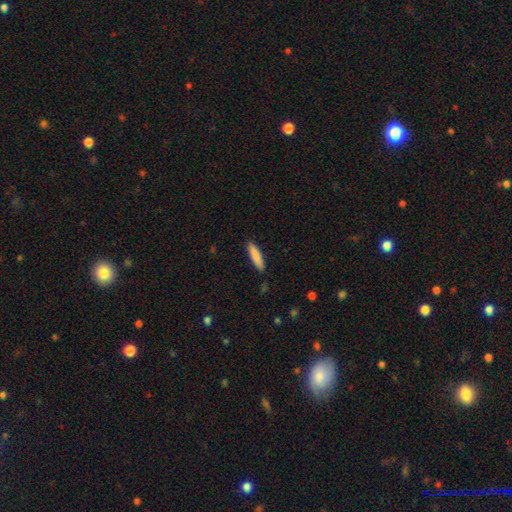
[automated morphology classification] Smooth or featured?
  - smooth: 86% *
  - featured or disk: 8%
  - star or artifact: 6%
How rounded?
  - cigar-shaped: 80% *
  - in between: 18%
  - round: 1%
Merging?
  - none: 89% *
  - minor disturbance: 8%
  - major disturbance: 2%
  - merger: 1%